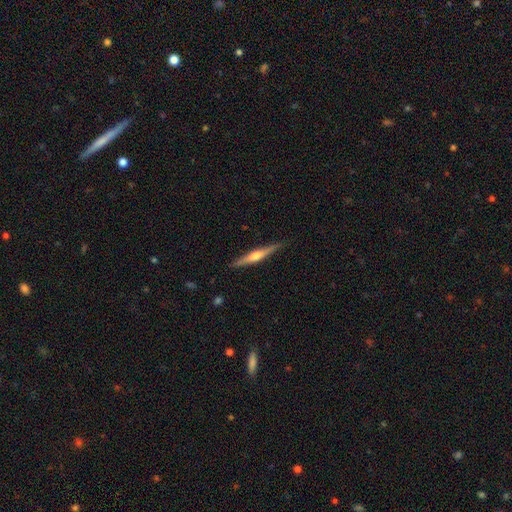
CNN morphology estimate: A featured or disk galaxy (67%) viewed edge-on (98%) with a rounded central bulge (81%). Merging: none (89%).